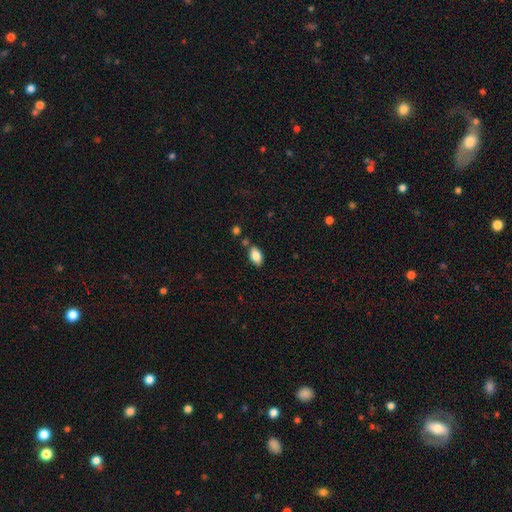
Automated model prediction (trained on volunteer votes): Smooth or featured? smooth (83%)
How rounded? in between (91%)
Merging? none (77%)